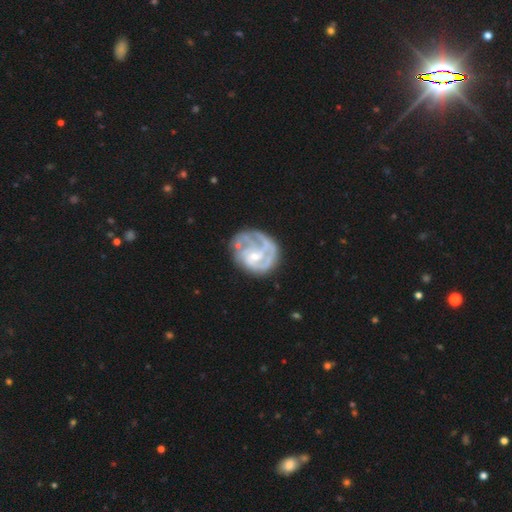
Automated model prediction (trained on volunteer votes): A featured or disk galaxy (82%) with no bar (53%), tight (51%) spiral arms (91%) and a small central bulge (52%). Merging: none (58%).